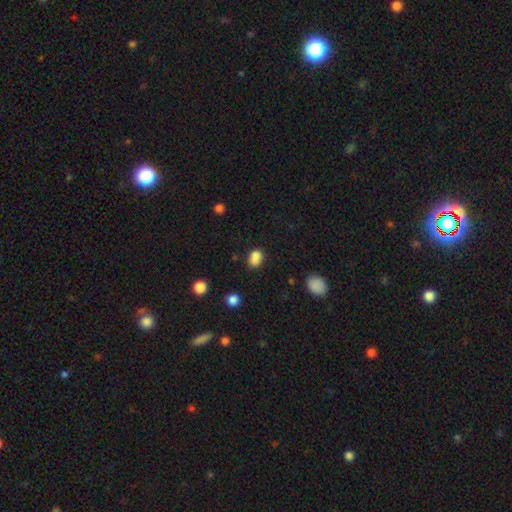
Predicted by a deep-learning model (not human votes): This is clearly a smooth galaxy (80%). How rounded: possibly in between (58%). Merging: possibly none (51%).